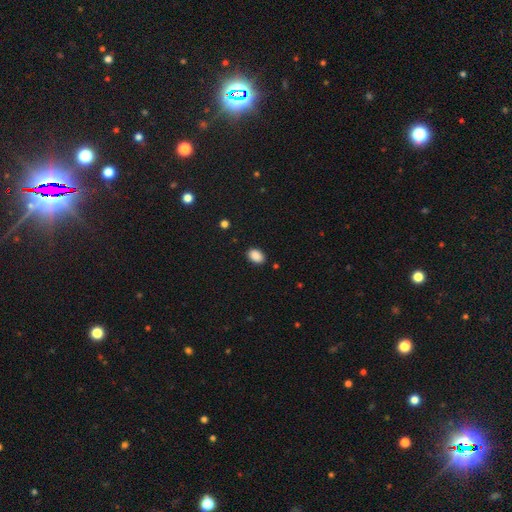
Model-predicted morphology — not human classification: smooth_or_featured: smooth (p=0.89) [alt: star or artifact p=0.09]
how_rounded: in between (p=0.83) [alt: round p=0.16]
merging: none (p=0.86) [alt: minor disturbance p=0.10]